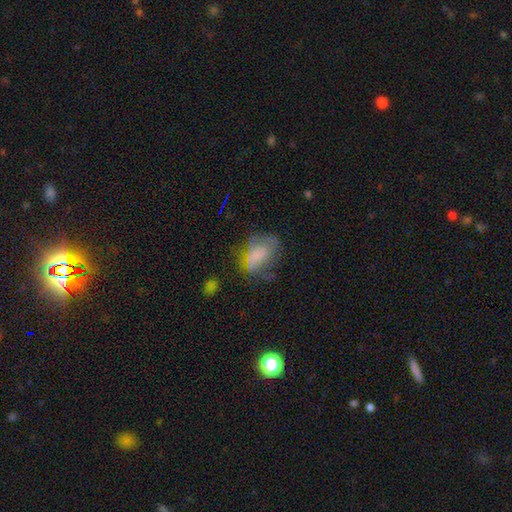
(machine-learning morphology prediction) A smooth galaxy with no disk features (57%) that is in between round and cigar-shaped (82%). Merging: none (40%).